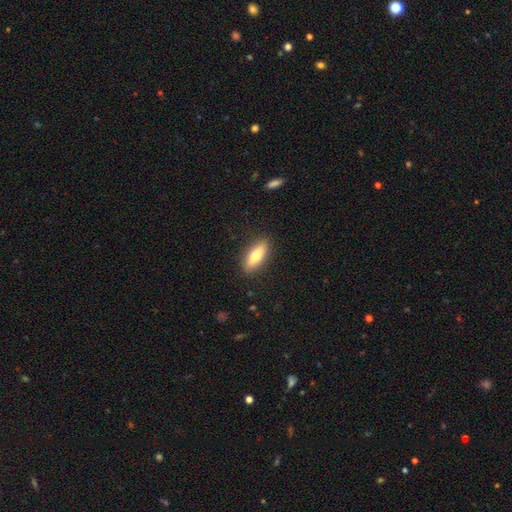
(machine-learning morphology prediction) Smooth or featured?
  - smooth: 70% *
  - featured or disk: 24%
  - star or artifact: 6%
How rounded?
  - in between: 68% *
  - cigar-shaped: 29%
  - round: 3%
Merging?
  - none: 88% *
  - minor disturbance: 9%
  - major disturbance: 2%
  - merger: 1%